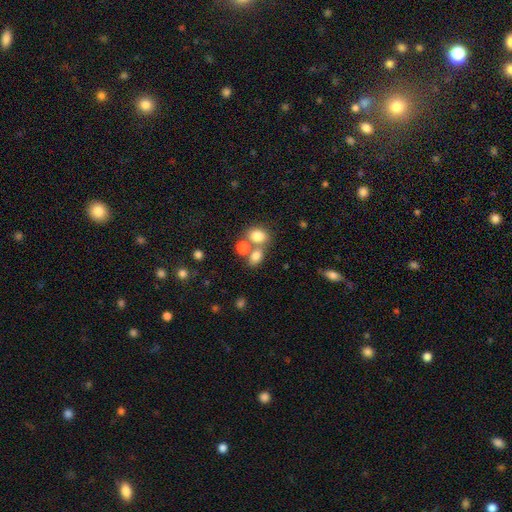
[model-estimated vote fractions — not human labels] The model was most divided on "merging": none: 46%, merger: 40%, minor disturbance: 10%, major disturbance: 5%. More confident: smooth or featured — smooth (77%); how rounded — in between (60%).